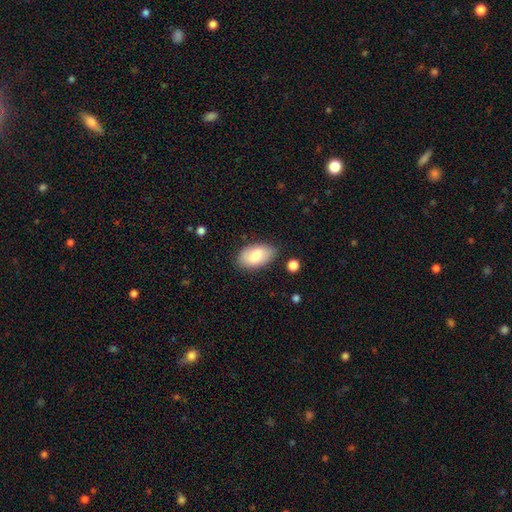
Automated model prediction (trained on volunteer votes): A smooth galaxy with no disk features (77%) that is in between round and cigar-shaped (95%). Merging: none (81%).